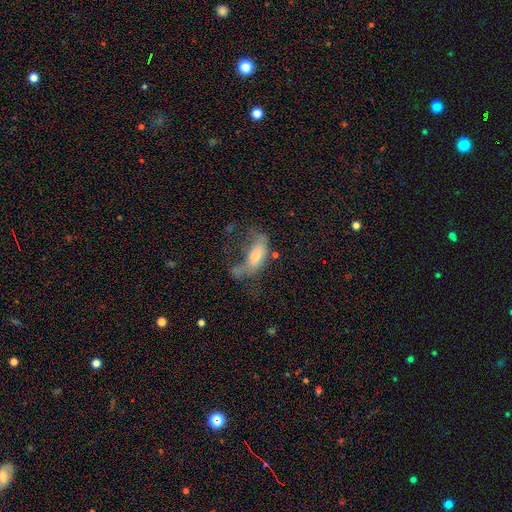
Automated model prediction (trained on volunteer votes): smooth_or_featured: smooth (p=0.51) [alt: featured or disk p=0.36]
how_rounded: in between (p=0.74) [alt: cigar-shaped p=0.23]
merging: major disturbance (p=0.50) [alt: none p=0.21]